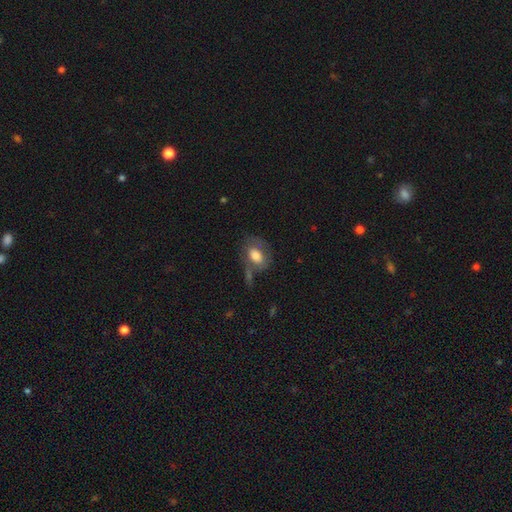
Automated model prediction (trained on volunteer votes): Smooth or featured?
  - smooth: 64% *
  - featured or disk: 29%
  - star or artifact: 8%
How rounded?
  - in between: 81% *
  - round: 17%
  - cigar-shaped: 2%
Merging?
  - none: 49% *
  - minor disturbance: 20%
  - major disturbance: 16%
  - merger: 15%